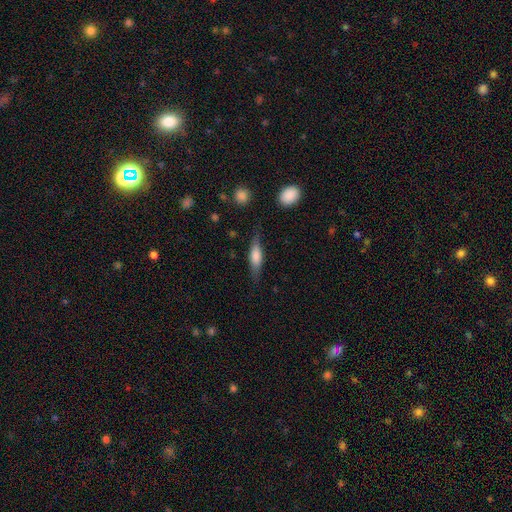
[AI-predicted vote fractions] Smooth or featured?
  - smooth: 59% *
  - featured or disk: 35%
  - star or artifact: 7%
How rounded?
  - cigar-shaped: 59% *
  - in between: 38%
  - round: 3%
Merging?
  - none: 76% *
  - minor disturbance: 17%
  - major disturbance: 5%
  - merger: 2%